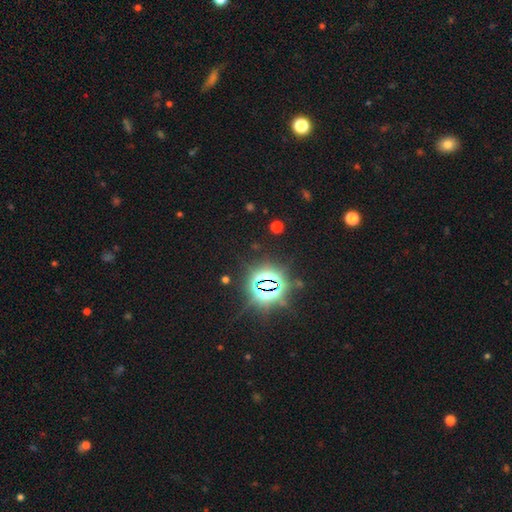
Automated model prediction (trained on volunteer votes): A star or artifact, not a galaxy (81%).